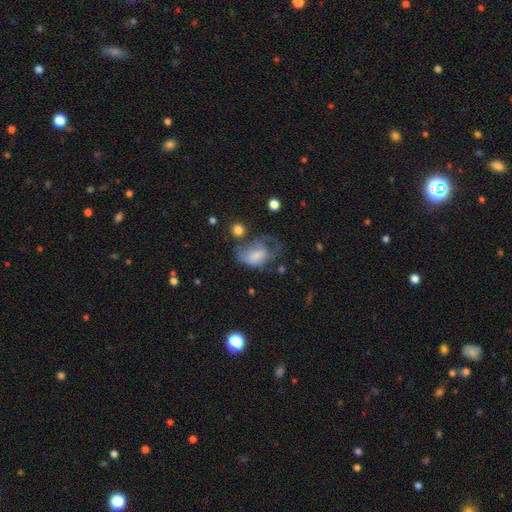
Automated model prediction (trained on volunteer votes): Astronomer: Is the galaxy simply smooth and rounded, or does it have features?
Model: smooth — 58%.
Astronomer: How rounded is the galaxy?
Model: in between — 81%.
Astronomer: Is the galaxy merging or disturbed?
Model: major disturbance — 51%.